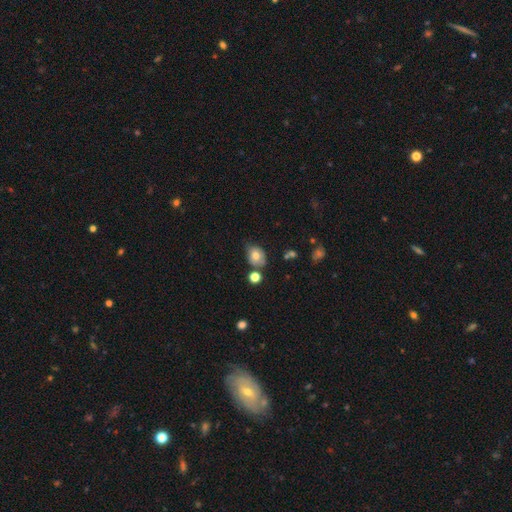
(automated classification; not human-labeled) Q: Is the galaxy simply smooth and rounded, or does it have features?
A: smooth — 74%.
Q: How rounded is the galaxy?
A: in between — 58%.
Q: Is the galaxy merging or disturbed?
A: none — 59%.